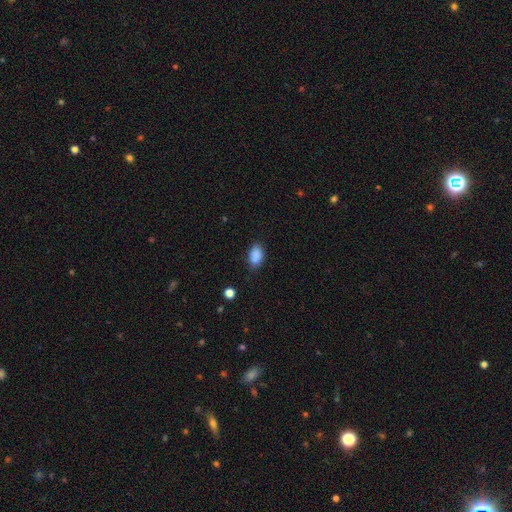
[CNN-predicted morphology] Q: Smooth or featured?
A: smooth (88%); runner-up: star or artifact (8%)
Q: How rounded?
A: in between (89%); runner-up: round (10%)
Q: Merging?
A: none (80%); runner-up: minor disturbance (15%)